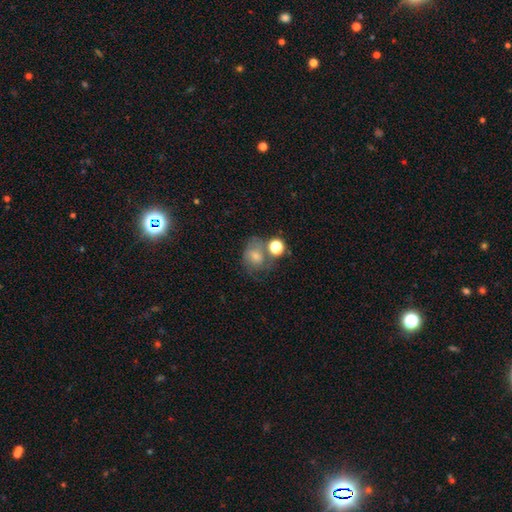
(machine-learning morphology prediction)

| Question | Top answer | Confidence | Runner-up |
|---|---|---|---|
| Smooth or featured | smooth | 62% | featured or disk (24%) |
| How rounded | round | 60% | in between (39%) |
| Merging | none | 39% | merger (28%) |